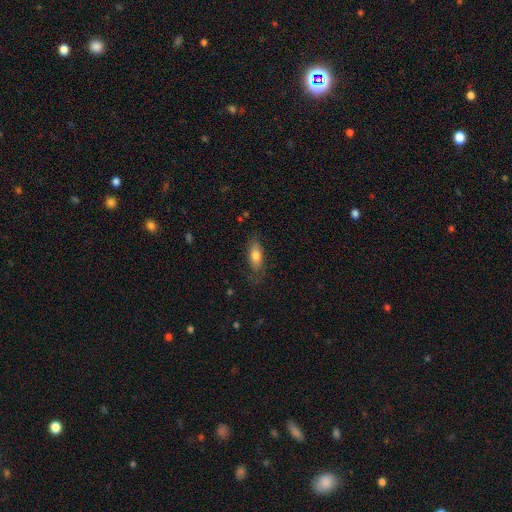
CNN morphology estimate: type=smooth (74%); roundness=in between (80%); merging=none (72%).